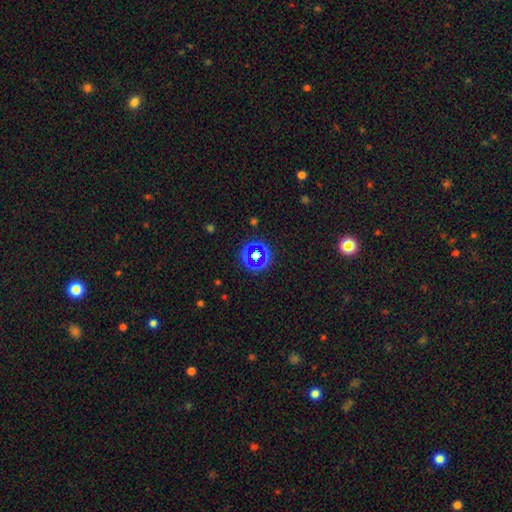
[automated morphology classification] This is possibly a star or artifact rather than a galaxy (55%).